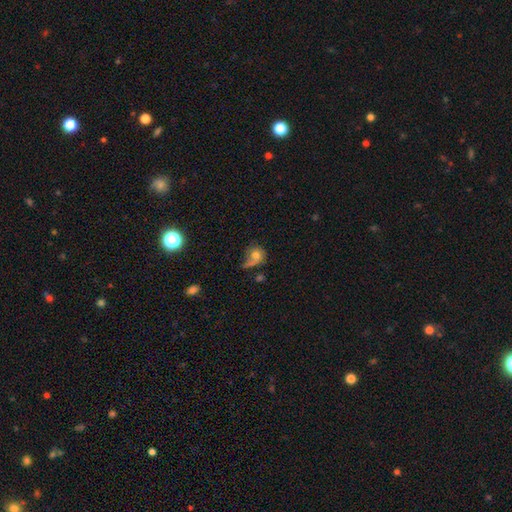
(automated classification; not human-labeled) Morphology: type=smooth (51%); roundness=round (71%); merging=none (37%).